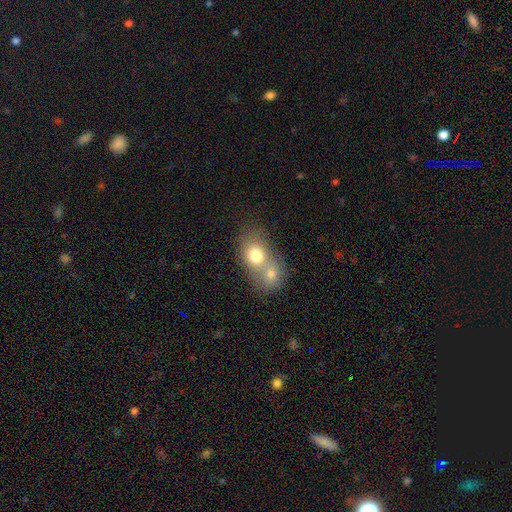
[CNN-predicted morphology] This is likely a smooth galaxy (73%). How rounded: possibly in between (56%). Merging: likely merger (65%).